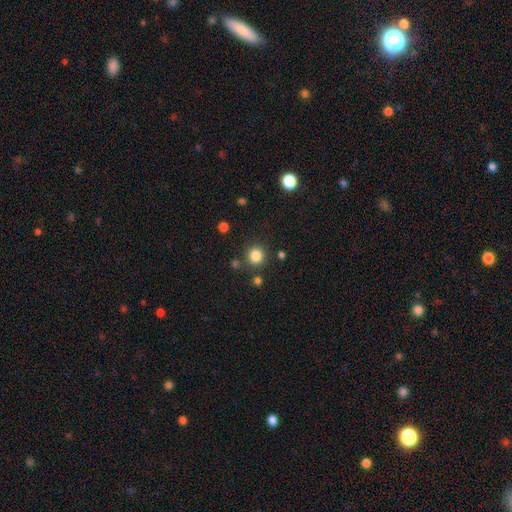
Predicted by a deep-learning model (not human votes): Smooth or featured?
  - smooth: 83% *
  - star or artifact: 12%
  - featured or disk: 4%
How rounded?
  - round: 90% *
  - in between: 9%
  - cigar-shaped: 1%
Merging?
  - none: 82% *
  - minor disturbance: 9%
  - merger: 6%
  - major disturbance: 3%